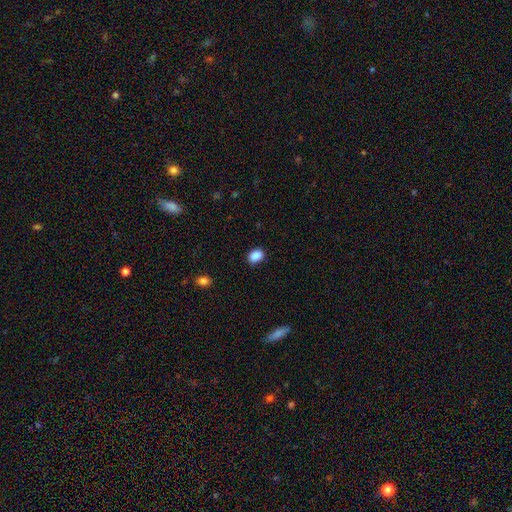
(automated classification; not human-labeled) This appears to be a smooth galaxy with no disk features (88%) that is in between round and cigar-shaped (77%). Merging: none (86%).